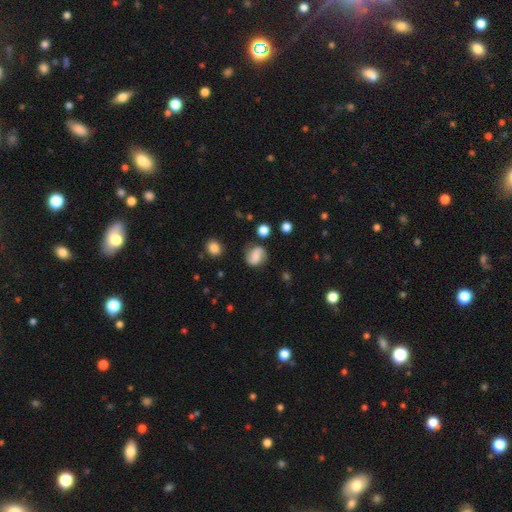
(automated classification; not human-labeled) smooth-or-featured: featured or disk: 46% | smooth: 43% | star or artifact: 11%
  merging: none: 72% | minor disturbance: 17% | major disturbance: 7% | merger: 4%